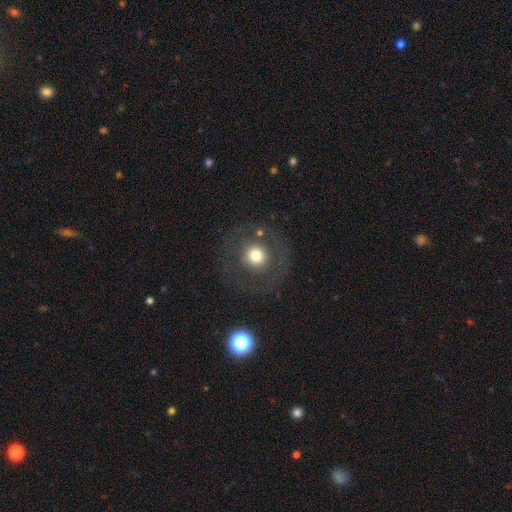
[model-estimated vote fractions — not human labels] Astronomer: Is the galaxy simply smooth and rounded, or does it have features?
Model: smooth — 64%.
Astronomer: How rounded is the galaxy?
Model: round — 93%.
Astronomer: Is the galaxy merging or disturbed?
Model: none — 78%.